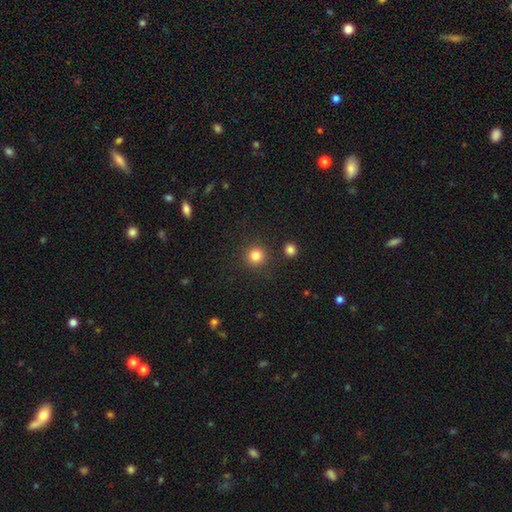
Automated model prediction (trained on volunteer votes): A smooth galaxy with no disk features (83%) that is round (94%). Merging: none (88%).